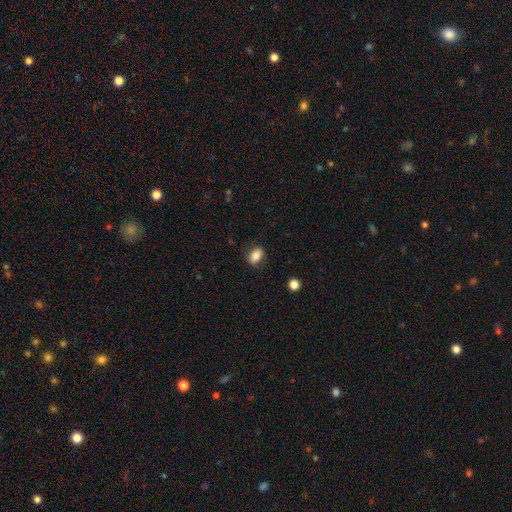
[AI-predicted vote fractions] Smooth or featured? Predicted: smooth (p=0.83). How rounded? Predicted: in between (p=0.78). Merging? Predicted: none (p=0.81).